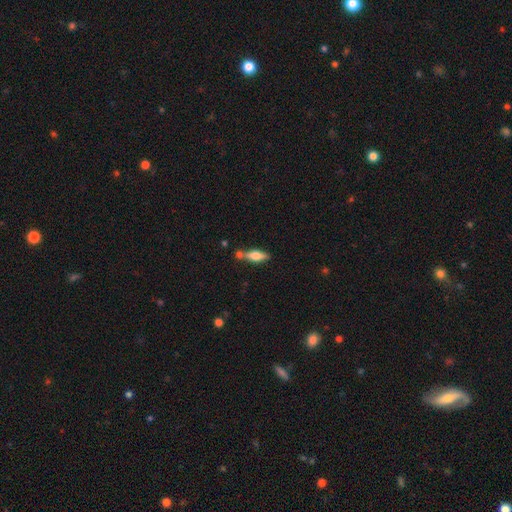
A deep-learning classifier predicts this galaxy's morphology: type=smooth (56%); roundness=in between (54%); merging=none (60%).